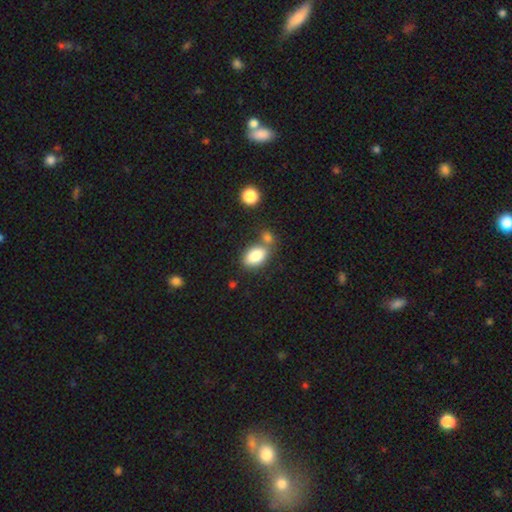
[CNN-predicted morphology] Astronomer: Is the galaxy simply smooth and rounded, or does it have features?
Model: smooth — 84%.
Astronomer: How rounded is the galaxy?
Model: in between — 89%.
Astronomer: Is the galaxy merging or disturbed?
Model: none — 54%.